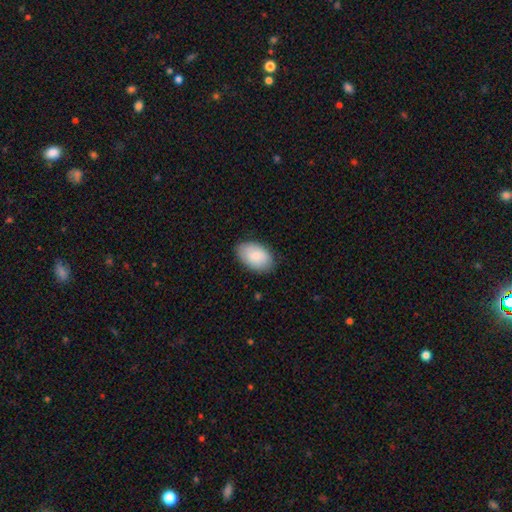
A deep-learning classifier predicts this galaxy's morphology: Smooth or featured: smooth — 87% (featured or disk — 7%)
How rounded: in between — 93% (round — 6%)
Merging: none — 84% (minor disturbance — 13%)